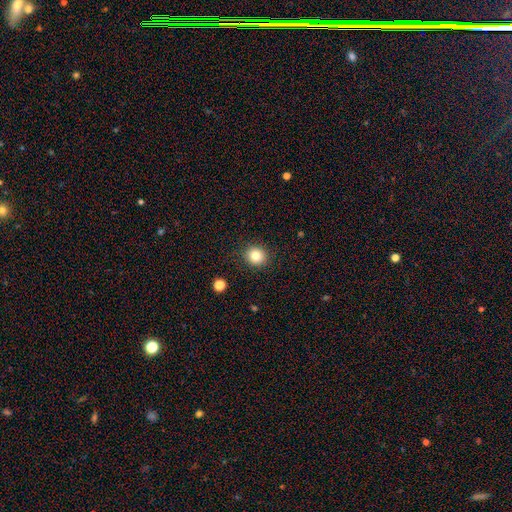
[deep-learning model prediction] Smooth or featured? smooth (82%)
How rounded? round (88%)
Merging? none (90%)